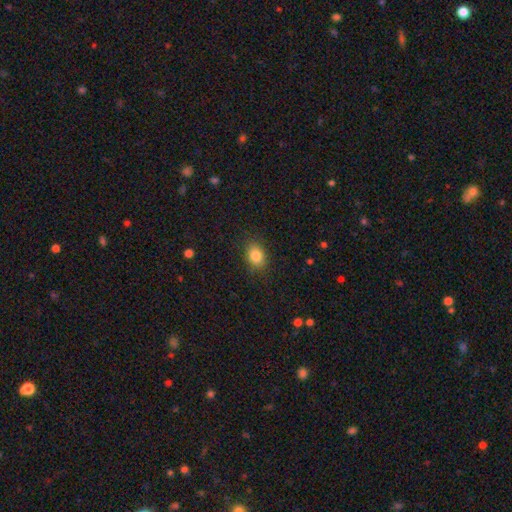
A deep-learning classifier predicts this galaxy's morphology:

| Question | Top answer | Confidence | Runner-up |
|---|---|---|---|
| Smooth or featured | smooth | 84% | star or artifact (10%) |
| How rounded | in between | 66% | round (33%) |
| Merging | none | 84% | minor disturbance (12%) |